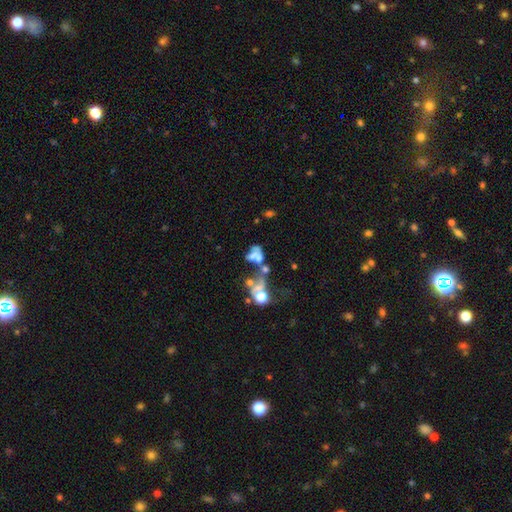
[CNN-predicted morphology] smooth_or_featured: featured or disk (p=0.44) [alt: smooth p=0.35]
merging: merger (p=0.53) [alt: major disturbance p=0.26]